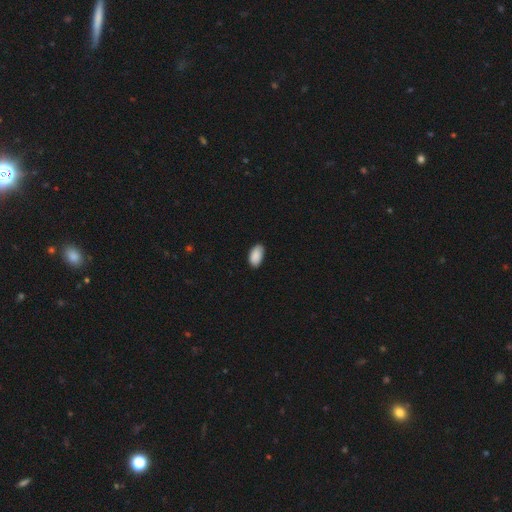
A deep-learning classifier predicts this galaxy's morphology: Smooth or featured: smooth — 90% (star or artifact — 6%)
How rounded: in between — 95% (round — 3%)
Merging: none — 83% (minor disturbance — 14%)